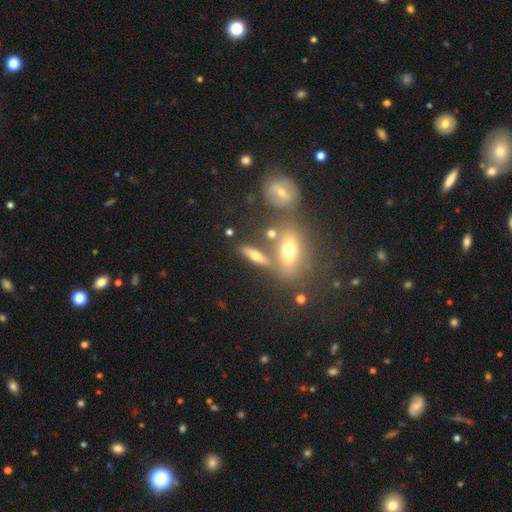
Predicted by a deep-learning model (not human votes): The model was most divided on "how rounded": cigar-shaped: 47%, in between: 42%, round: 11%. More confident: merging — none (66%); smooth or featured — smooth (51%).